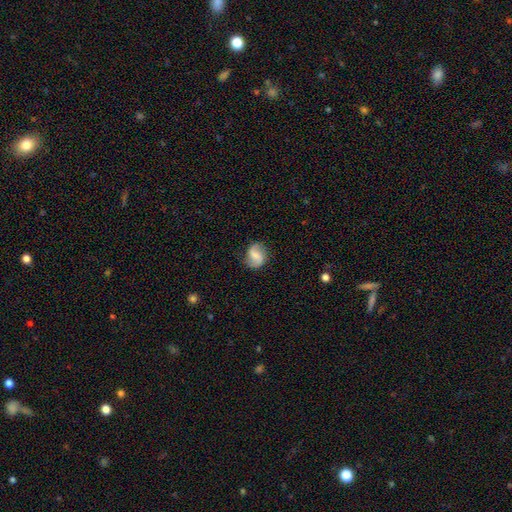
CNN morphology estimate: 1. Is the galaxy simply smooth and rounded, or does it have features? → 64% featured or disk, 28% smooth, 7% star or artifact.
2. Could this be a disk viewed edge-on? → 98% no, 2% yes.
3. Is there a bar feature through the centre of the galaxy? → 48% weak, 28% no, 24% strong.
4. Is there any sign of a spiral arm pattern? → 92% yes, 8% no.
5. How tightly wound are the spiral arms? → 52% loose, 35% medium, 12% tight.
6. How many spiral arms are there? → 89% 2, 4% can't tell, 4% 1, 1% 3, 1% 4, 1% more than 4.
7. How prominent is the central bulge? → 34% small, 30% moderate, 28% none, 6% large, 2% dominant.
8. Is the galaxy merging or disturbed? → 79% none, 15% minor disturbance, 5% major disturbance, 1% merger.